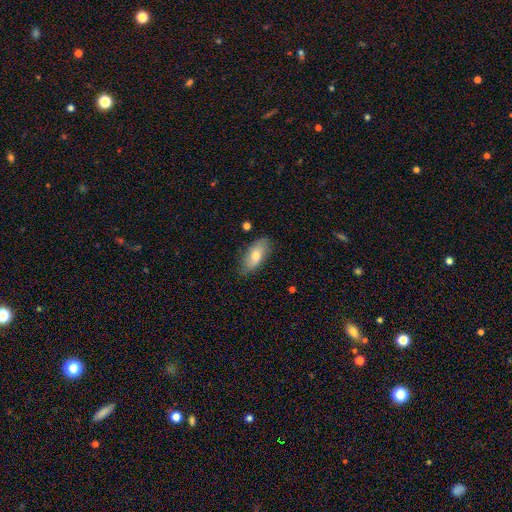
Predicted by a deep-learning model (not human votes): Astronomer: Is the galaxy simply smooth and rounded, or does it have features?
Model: smooth — 70%.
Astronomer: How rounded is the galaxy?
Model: in between — 85%.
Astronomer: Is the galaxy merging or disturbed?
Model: none — 78%.